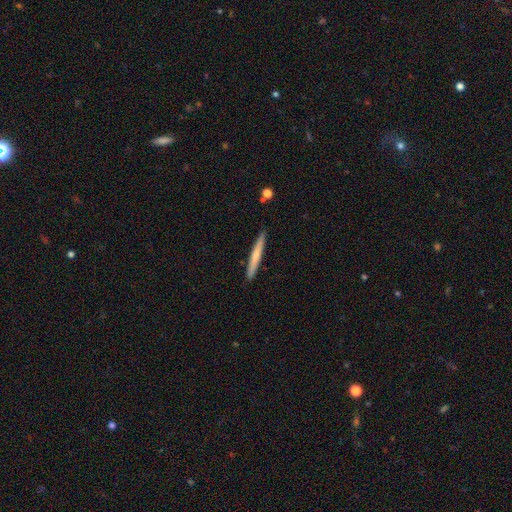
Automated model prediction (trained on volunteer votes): The model was most divided on "smooth or featured": smooth: 62%, featured or disk: 32%, star or artifact: 6%. More confident: how rounded — cigar-shaped (96%); merging — none (91%).